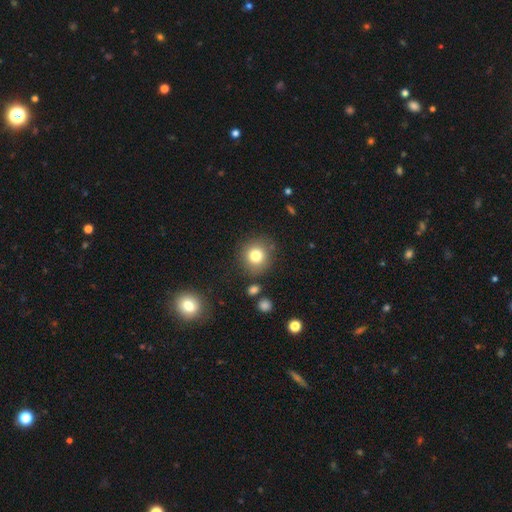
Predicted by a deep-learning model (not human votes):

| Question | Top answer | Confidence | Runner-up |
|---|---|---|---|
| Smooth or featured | smooth | 79% | star or artifact (12%) |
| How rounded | round | 89% | in between (10%) |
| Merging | none | 83% | minor disturbance (10%) |